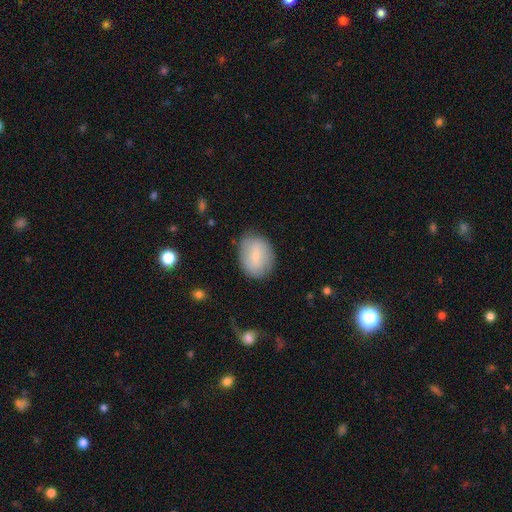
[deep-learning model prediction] This appears to be a smooth galaxy with no disk features (64%) that is in between round and cigar-shaped (61%). Merging: none (79%).